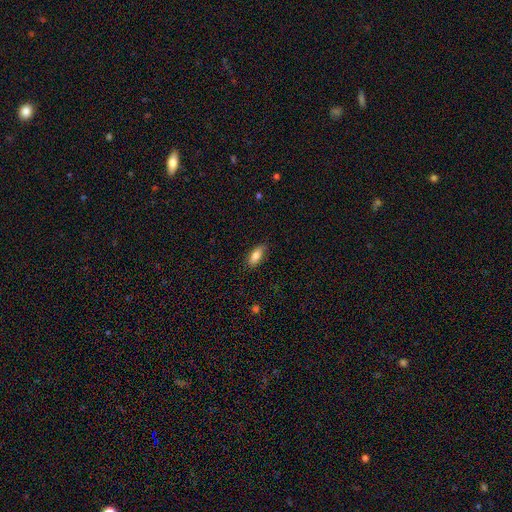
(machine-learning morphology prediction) A smooth galaxy with no disk features (82%) that is in between round and cigar-shaped (83%).

Vote fractions:
- Smooth or featured? smooth: 82% / featured or disk: 11% / star or artifact: 7%
- How rounded? in between: 83% / cigar-shaped: 14% / round: 3%
- Merging? none: 83% / minor disturbance: 13% / major disturbance: 3% / merger: 1%